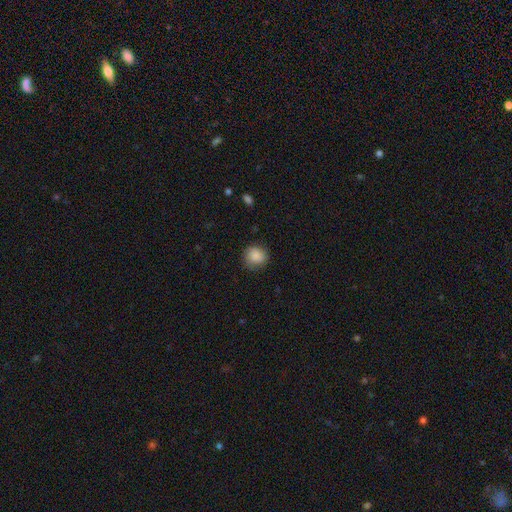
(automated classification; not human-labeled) This appears to be a smooth galaxy with no disk features (85%) that is round (86%). Merging: none (78%).